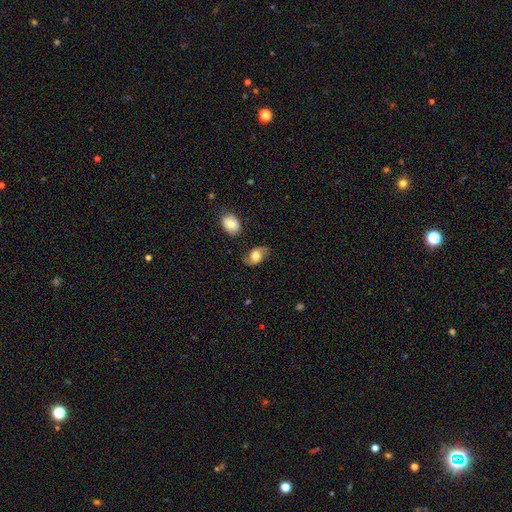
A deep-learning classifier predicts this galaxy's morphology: type=smooth (49%); merging=none (67%).